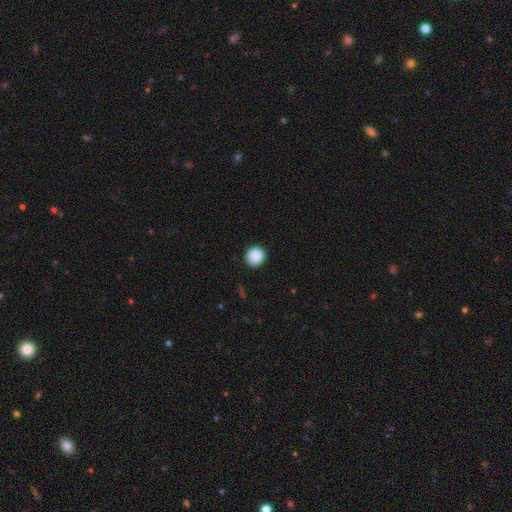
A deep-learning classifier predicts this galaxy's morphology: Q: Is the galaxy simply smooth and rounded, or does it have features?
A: smooth — 86%.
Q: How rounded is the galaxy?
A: round — 92%.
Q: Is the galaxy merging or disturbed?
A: none — 93%.